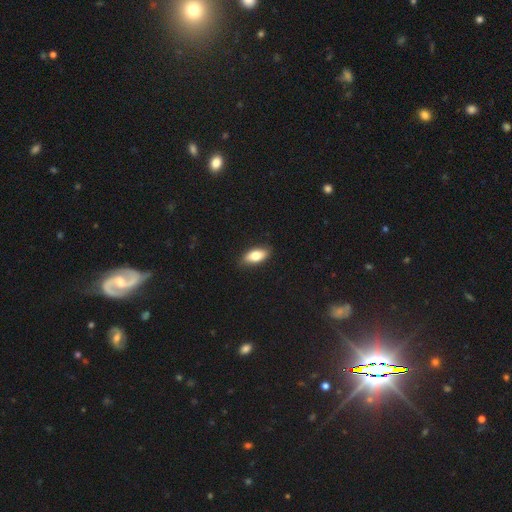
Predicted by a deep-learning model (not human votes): This is clearly a smooth galaxy (80%). How rounded: clearly in between (88%). Merging: clearly none (87%).